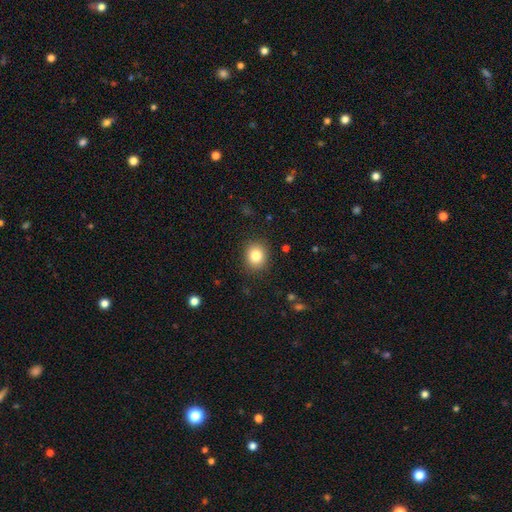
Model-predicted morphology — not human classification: A smooth galaxy with no disk features (83%) that is round (74%).

Vote fractions:
- Smooth or featured? smooth: 83% / star or artifact: 10% / featured or disk: 7%
- How rounded? round: 74% / in between: 25% / cigar-shaped: 1%
- Merging? none: 88% / minor disturbance: 8% / major disturbance: 3% / merger: 1%